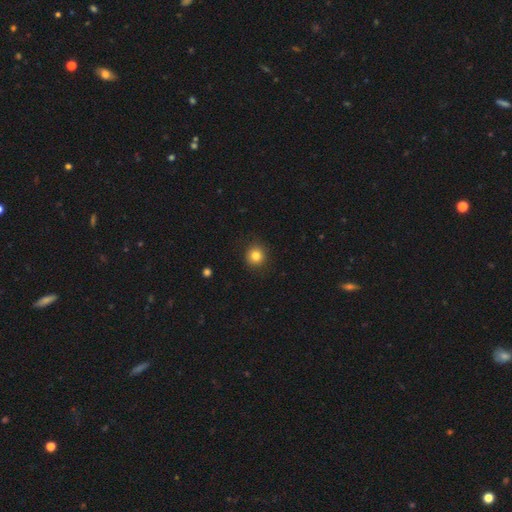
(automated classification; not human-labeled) This is clearly a smooth galaxy (83%). How rounded: clearly round (92%). Merging: clearly none (90%).